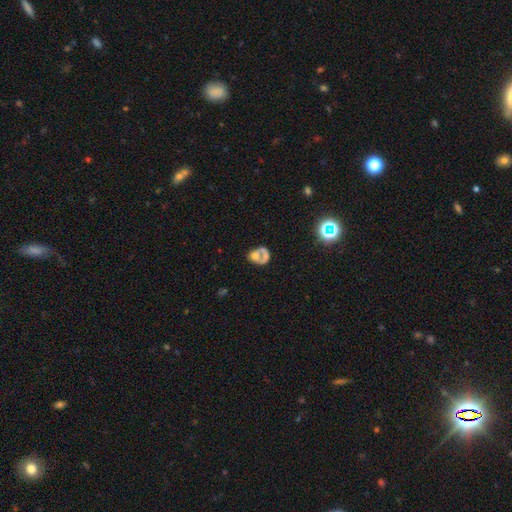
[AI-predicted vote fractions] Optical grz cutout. It shows a smooth galaxy with no disk features (46%). Merging: none (35%).